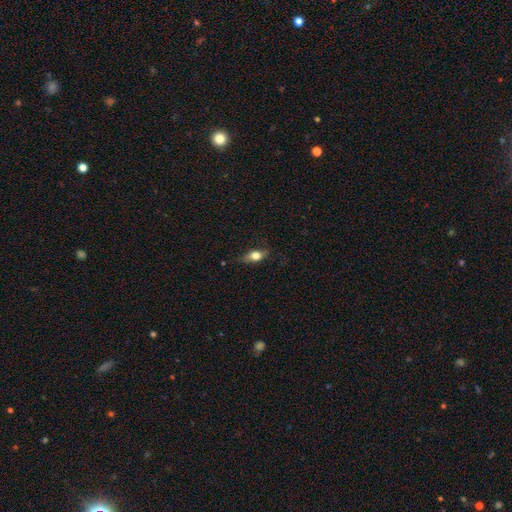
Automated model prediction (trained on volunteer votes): A smooth galaxy with no disk features (67%) that is in between round and cigar-shaped (70%). Merging: none (68%).